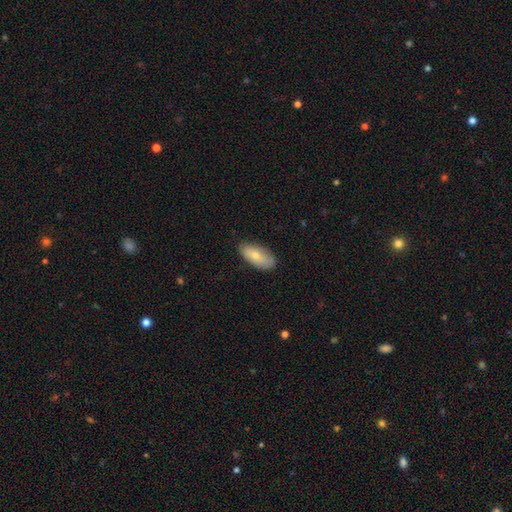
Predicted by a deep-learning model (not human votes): Q: Smooth or featured?
A: smooth (71%); runner-up: featured or disk (23%)
Q: How rounded?
A: in between (90%); runner-up: cigar-shaped (7%)
Q: Merging?
A: none (78%); runner-up: minor disturbance (18%)